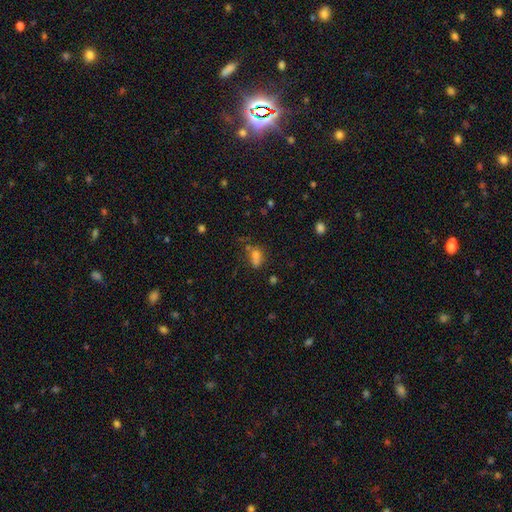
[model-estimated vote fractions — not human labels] Smooth or featured?
  - smooth: 66% *
  - star or artifact: 19%
  - featured or disk: 14%
How rounded?
  - in between: 60% *
  - round: 36%
  - cigar-shaped: 4%
Merging?
  - none: 38% *
  - merger: 35%
  - minor disturbance: 17%
  - major disturbance: 11%